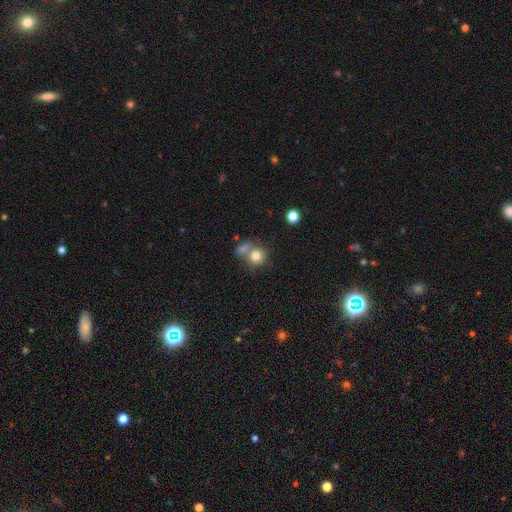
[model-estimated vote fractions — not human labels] smooth 78%, star or artifact 11%, featured or disk 10%. Down the decision tree: how rounded — round (87%); merging — none (53%).